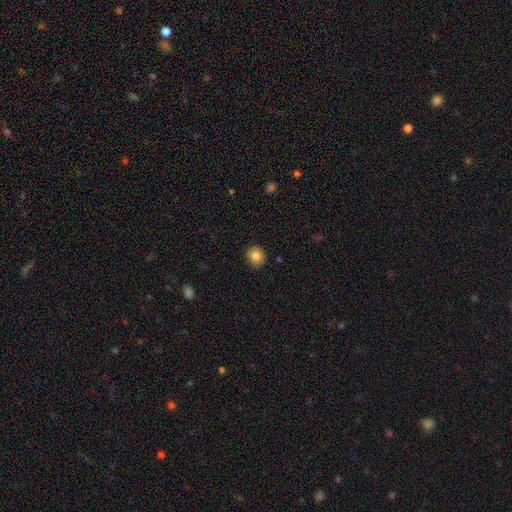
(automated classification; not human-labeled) A smooth galaxy with no disk features (82%) that is round (84%). Merging: none (86%).